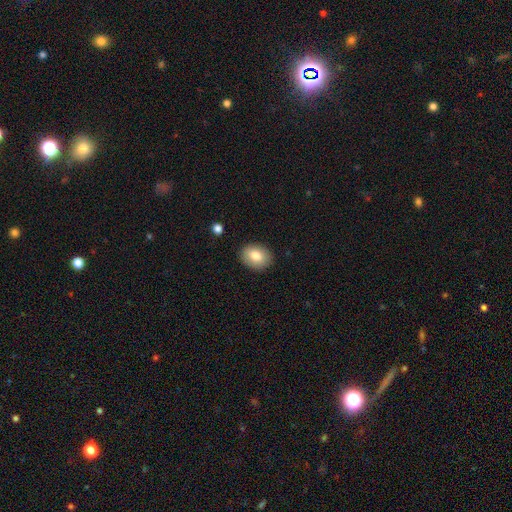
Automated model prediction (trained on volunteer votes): The model was most divided on "how rounded": in between: 58%, round: 41%, cigar-shaped: 1%. More confident: merging — none (89%); smooth or featured — smooth (80%).